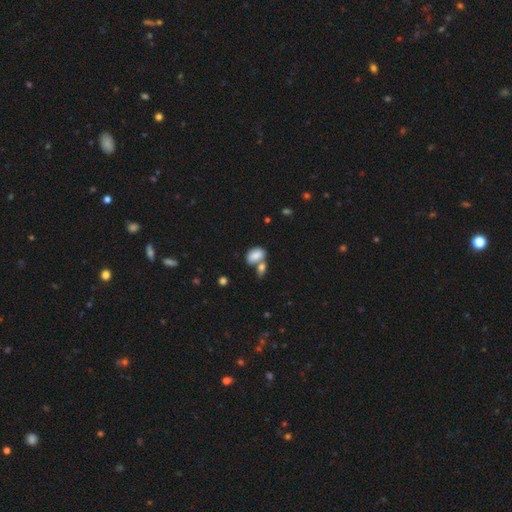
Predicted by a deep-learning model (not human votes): smooth-or-featured: smooth: 82% | featured or disk: 10% | star or artifact: 8%
  how-rounded: in between: 87% | round: 11% | cigar-shaped: 2%
  merging: merger: 49% | none: 33% | minor disturbance: 13% | major disturbance: 6%